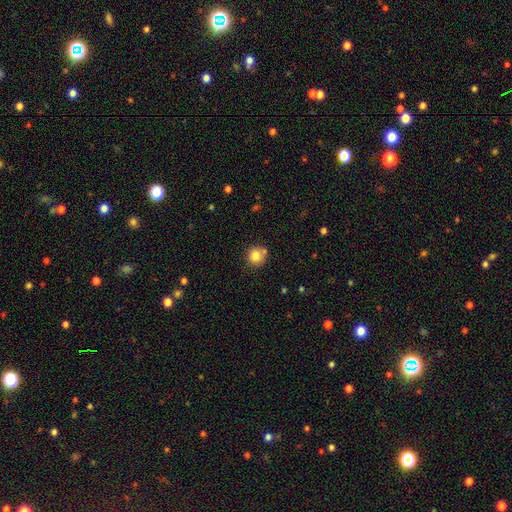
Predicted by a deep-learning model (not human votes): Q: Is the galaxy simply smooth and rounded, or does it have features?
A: smooth — 81%.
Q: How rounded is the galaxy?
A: round — 91%.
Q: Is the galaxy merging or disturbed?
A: none — 74%.